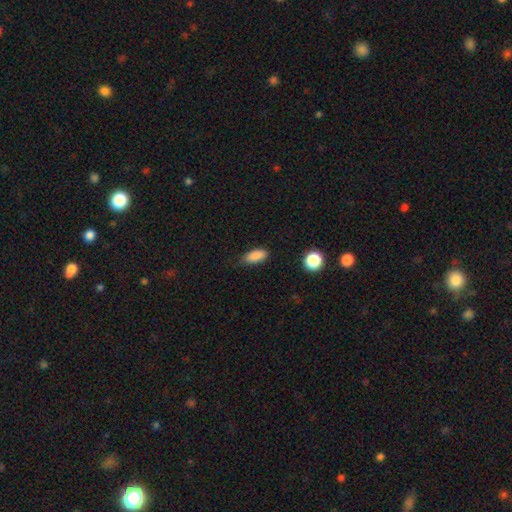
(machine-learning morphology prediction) Q: Smooth or featured?
A: smooth (87%); runner-up: star or artifact (9%)
Q: How rounded?
A: in between (84%); runner-up: cigar-shaped (11%)
Q: Merging?
A: none (70%); runner-up: minor disturbance (25%)